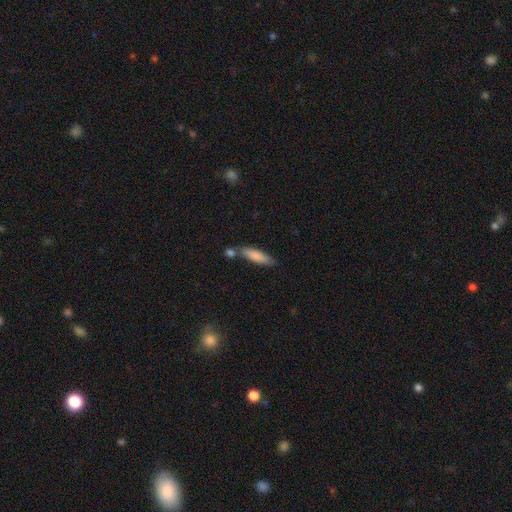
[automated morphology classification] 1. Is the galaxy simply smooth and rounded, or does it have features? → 80% smooth, 14% featured or disk, 6% star or artifact.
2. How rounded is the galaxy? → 71% cigar-shaped, 28% in between, 2% round.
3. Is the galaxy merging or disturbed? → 65% none, 17% merger, 15% minor disturbance, 4% major disturbance.